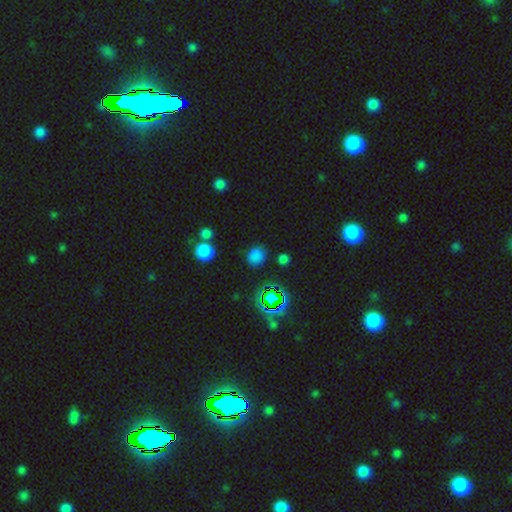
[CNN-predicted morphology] Smooth or featured: smooth — 70% (star or artifact — 25%)
How rounded: round — 70% (in between — 29%)
Merging: none — 79% (minor disturbance — 12%)